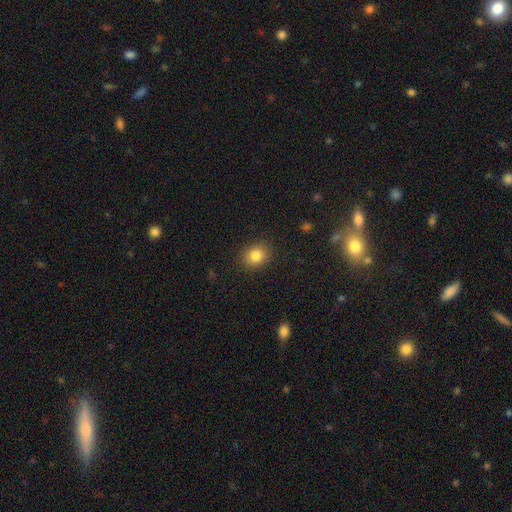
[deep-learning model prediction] smooth 83%, star or artifact 10%, featured or disk 6%. Down the decision tree: how rounded — round (63%); merging — none (88%).